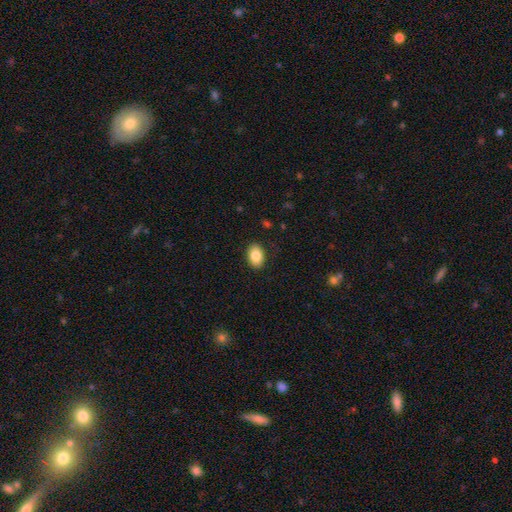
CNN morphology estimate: Smooth or featured?
  - smooth: 85% *
  - featured or disk: 8%
  - star or artifact: 7%
How rounded?
  - in between: 86% *
  - round: 13%
  - cigar-shaped: 1%
Merging?
  - none: 88% *
  - minor disturbance: 8%
  - major disturbance: 2%
  - merger: 1%